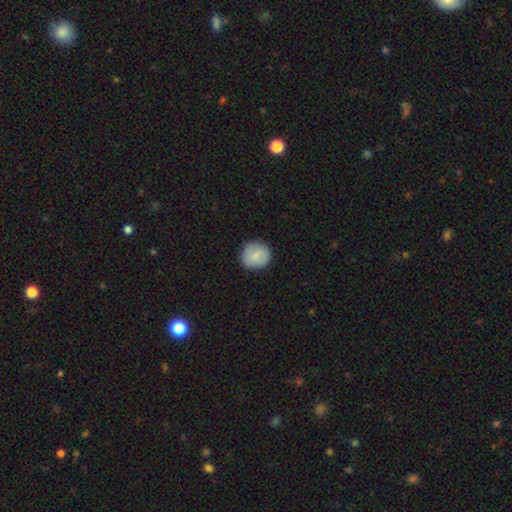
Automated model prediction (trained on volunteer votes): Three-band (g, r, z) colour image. It shows a smooth galaxy with no disk features (77%) that is round (91%). Merging: none (87%).